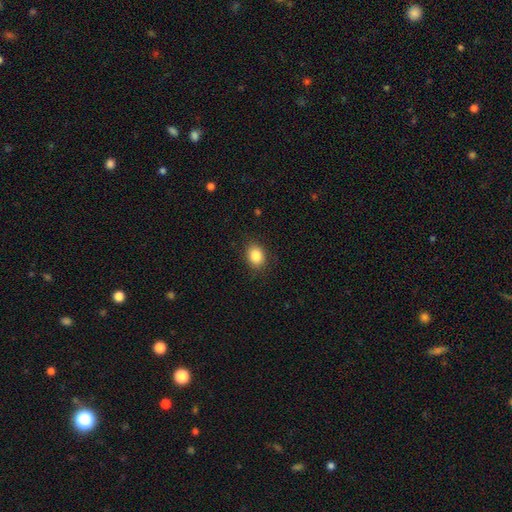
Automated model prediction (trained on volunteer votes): Overall: smooth (86%). How rounded: in between (53%; round 46%). Merging: none (87%).